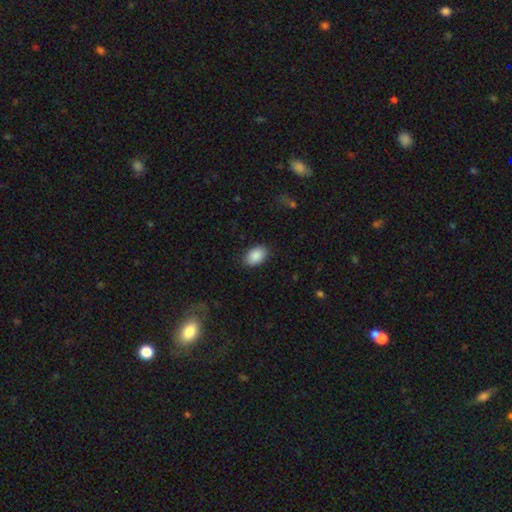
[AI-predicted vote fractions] smooth-or-featured: smooth: 90% | star or artifact: 7% | featured or disk: 4%
  how-rounded: in between: 91% | round: 8% | cigar-shaped: 1%
  merging: none: 87% | minor disturbance: 9% | major disturbance: 2% | merger: 1%